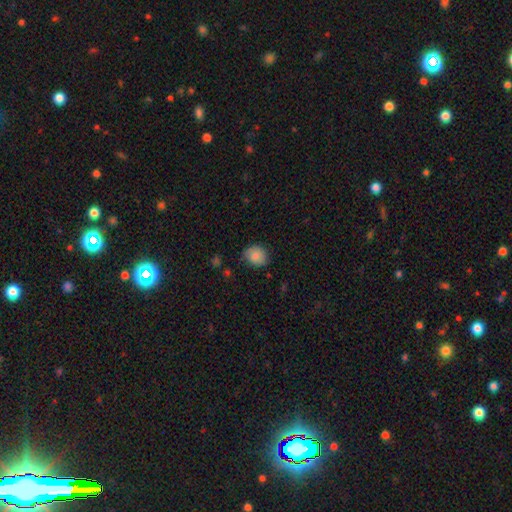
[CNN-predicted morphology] Smooth or featured? Predicted: smooth (p=0.85). How rounded? Predicted: round (p=0.65). Merging? Predicted: none (p=0.75).